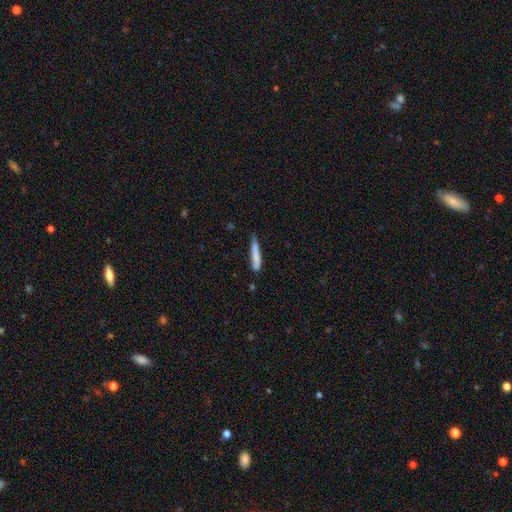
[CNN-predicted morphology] This appears to be a smooth galaxy with no disk features (78%) that is cigar-shaped (90%). Merging: none (58%).